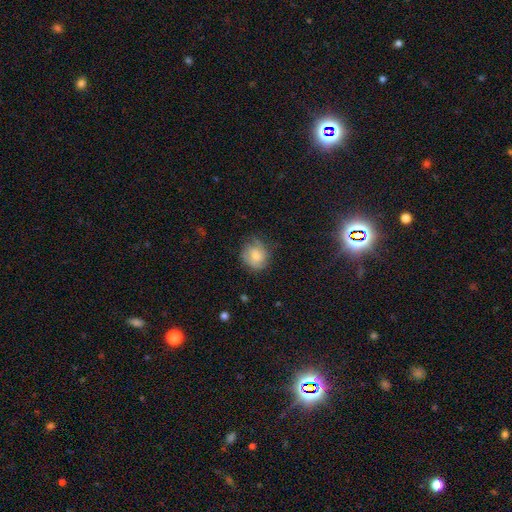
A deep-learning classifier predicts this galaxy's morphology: This is likely a smooth galaxy (63%). How rounded: likely round (72%). Merging: likely none (61%).